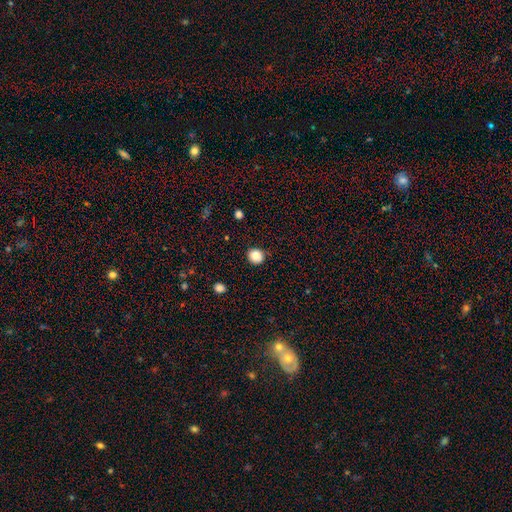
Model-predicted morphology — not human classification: This appears to be a smooth galaxy with no disk features (83%) that is round (89%). Merging: none (89%).